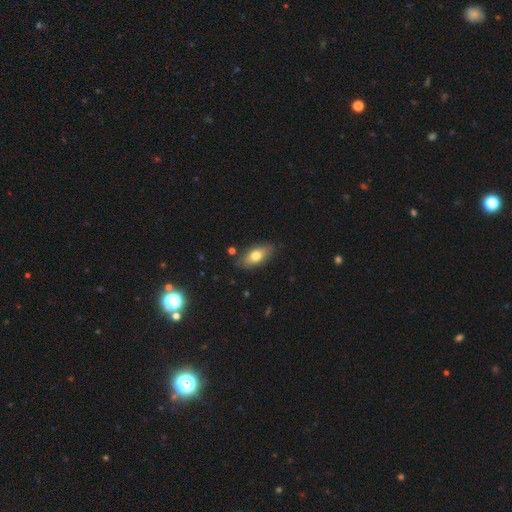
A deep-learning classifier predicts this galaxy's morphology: Smooth or featured: smooth — 71% (featured or disk — 22%)
How rounded: in between — 86% (cigar-shaped — 9%)
Merging: none — 82% (minor disturbance — 13%)